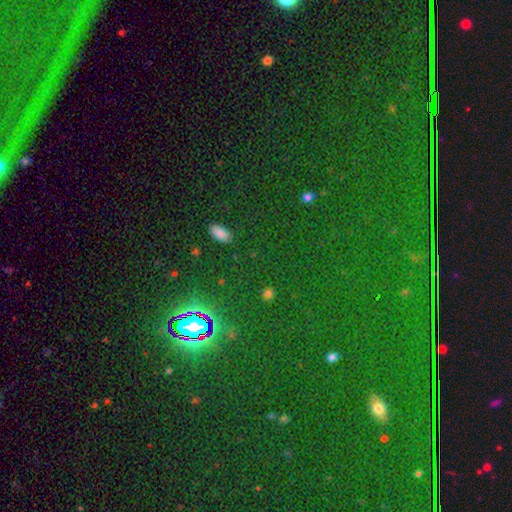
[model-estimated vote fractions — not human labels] This is likely a star or artifact rather than a galaxy (80%).